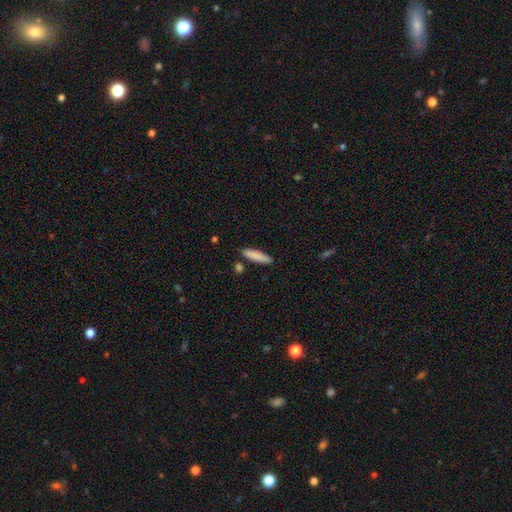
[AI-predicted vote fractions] smooth_or_featured: smooth (p=0.86) [alt: featured or disk p=0.08]
how_rounded: cigar-shaped (p=0.76) [alt: in between p=0.23]
merging: none (p=0.85) [alt: minor disturbance p=0.09]